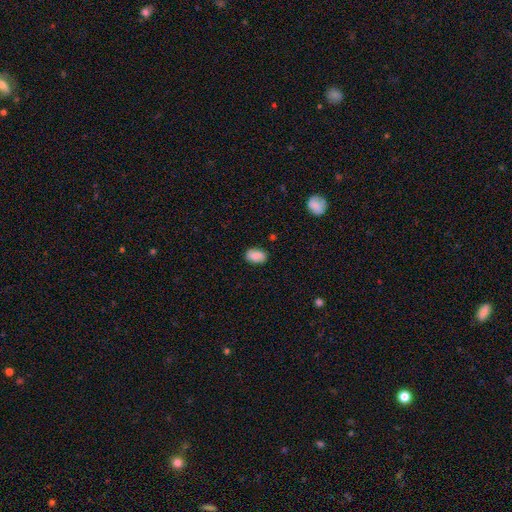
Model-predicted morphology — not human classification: Q: Smooth or featured?
A: smooth (86%); runner-up: star or artifact (8%)
Q: How rounded?
A: in between (88%); runner-up: round (11%)
Q: Merging?
A: none (83%); runner-up: minor disturbance (13%)